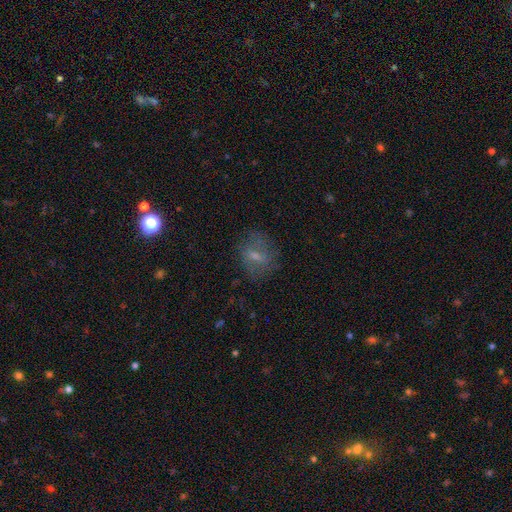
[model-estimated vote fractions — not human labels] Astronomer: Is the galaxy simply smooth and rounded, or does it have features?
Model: smooth — 52% (runner-up: featured or disk, 36%).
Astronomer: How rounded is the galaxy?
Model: round — 49% (runner-up: in between, 46%).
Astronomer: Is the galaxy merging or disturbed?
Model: none — 68%.